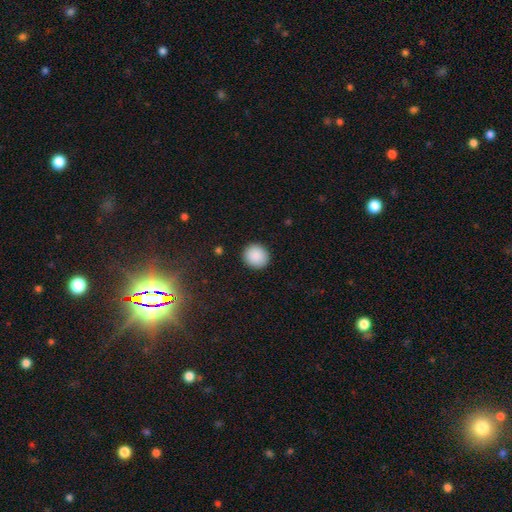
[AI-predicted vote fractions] A smooth galaxy with no disk features (89%) that is round (88%). Merging: none (92%).